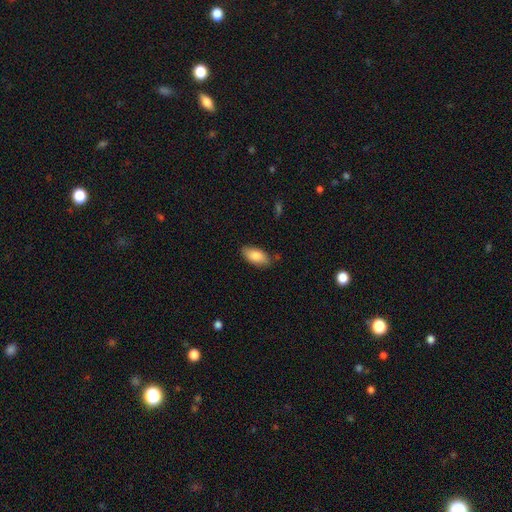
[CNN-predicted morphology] type=smooth (86%); roundness=in between (92%); merging=none (79%).